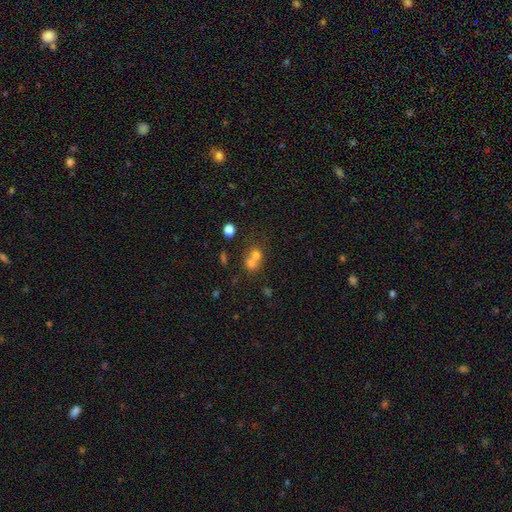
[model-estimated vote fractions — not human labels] Smooth or featured?
  - smooth: 67% *
  - featured or disk: 18%
  - star or artifact: 15%
How rounded?
  - round: 75% *
  - in between: 24%
  - cigar-shaped: 1%
Merging?
  - merger: 63% *
  - none: 28%
  - minor disturbance: 5%
  - major disturbance: 3%